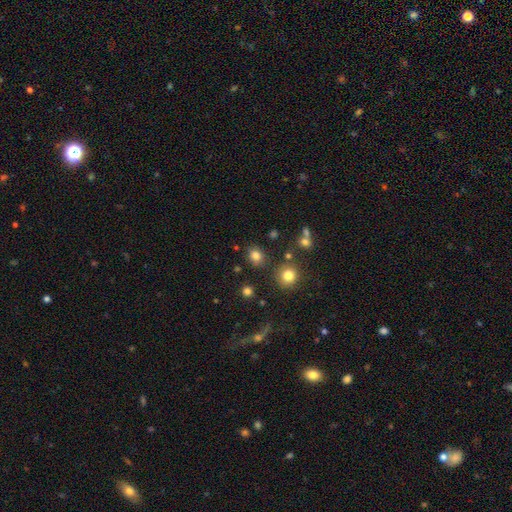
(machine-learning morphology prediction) smooth_or_featured: smooth (p=0.80) [alt: star or artifact p=0.14]
how_rounded: round (p=0.65) [alt: in between p=0.34]
merging: none (p=0.83) [alt: minor disturbance p=0.09]